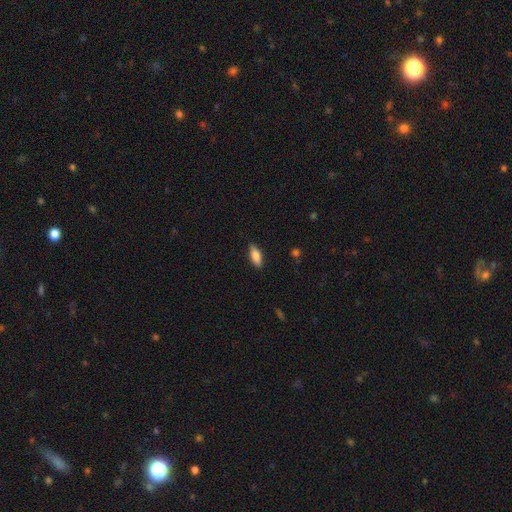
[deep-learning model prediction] Smooth or featured: smooth — 78% (featured or disk — 15%)
How rounded: in between — 74% (cigar-shaped — 24%)
Merging: none — 86% (minor disturbance — 11%)